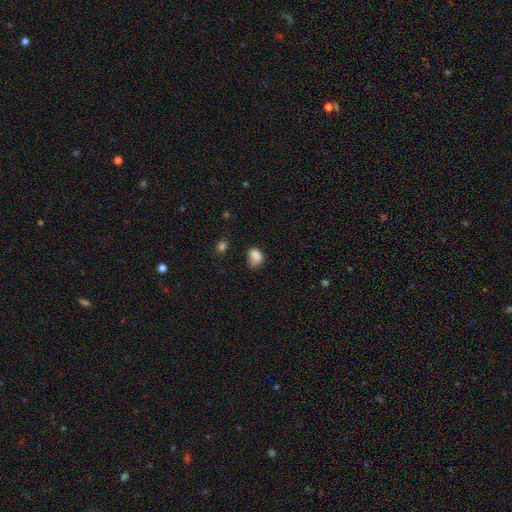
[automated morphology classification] Overall: smooth (85%). How rounded: in between (66%; round 33%). Merging: none (50%; minor disturbance 36%).